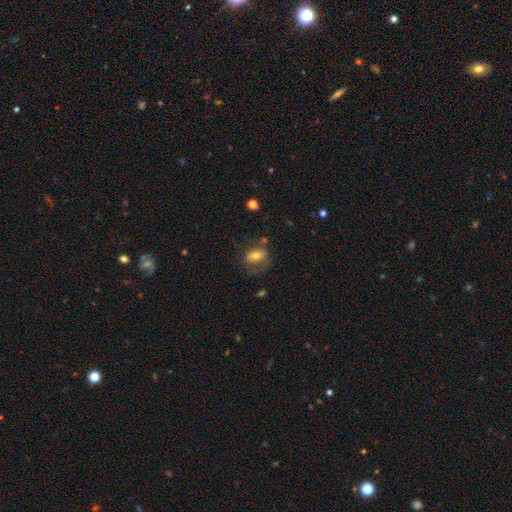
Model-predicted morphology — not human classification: Smooth or featured: smooth — 58% (featured or disk — 33%)
How rounded: in between — 69% (round — 28%)
Merging: none — 58% (minor disturbance — 22%)